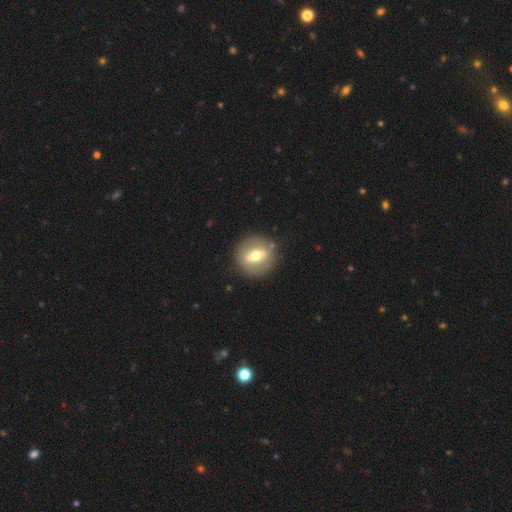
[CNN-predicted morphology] The model was most divided on "smooth or featured": smooth: 49%, featured or disk: 44%, star or artifact: 7%. More confident: merging — none (84%).